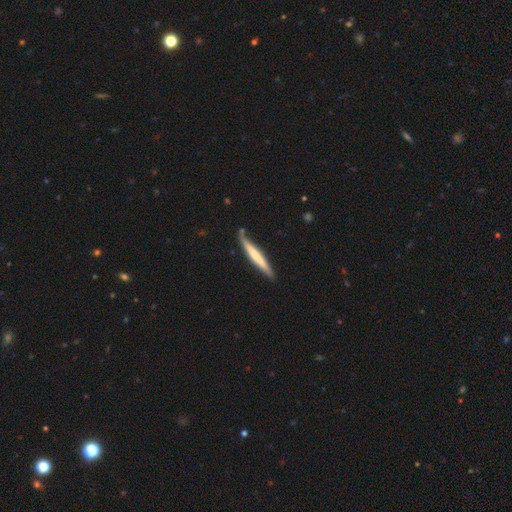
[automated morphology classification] Q: Smooth or featured?
A: smooth (53%); runner-up: featured or disk (42%)
Q: How rounded?
A: cigar-shaped (96%); runner-up: in between (3%)
Q: Merging?
A: none (79%); runner-up: minor disturbance (15%)